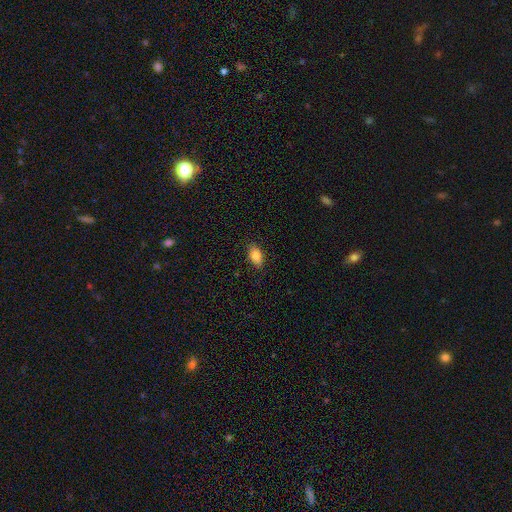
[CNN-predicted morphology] The model was most divided on "smooth or featured": smooth: 82%, featured or disk: 10%, star or artifact: 8%. More confident: how rounded — in between (89%); merging — none (85%).